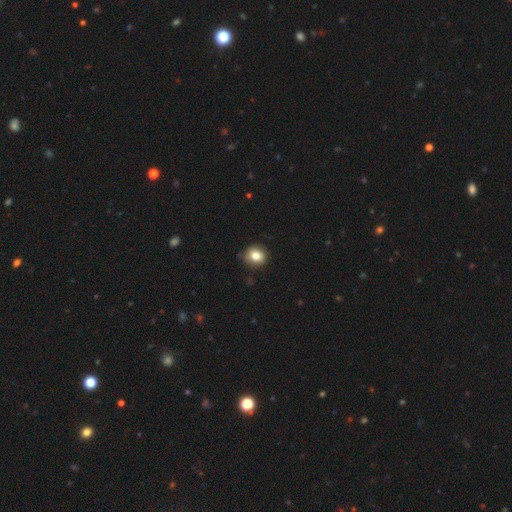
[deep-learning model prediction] Smooth or featured? smooth (81%)
How rounded? round (78%)
Merging? none (81%)